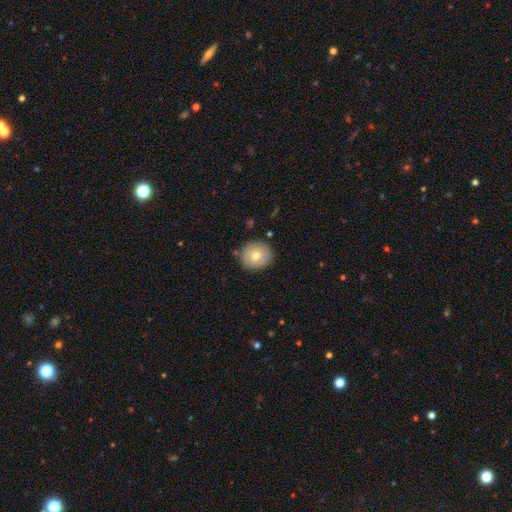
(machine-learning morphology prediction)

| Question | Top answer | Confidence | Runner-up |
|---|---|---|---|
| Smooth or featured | smooth | 71% | featured or disk (20%) |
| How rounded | round | 92% | in between (7%) |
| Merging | none | 86% | minor disturbance (10%) |